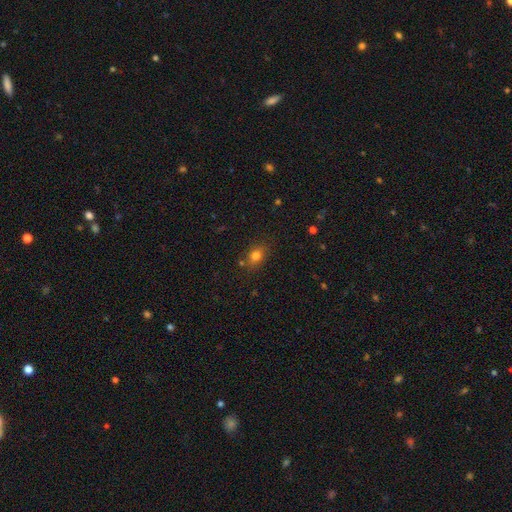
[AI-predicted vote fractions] smooth-or-featured: smooth: 78% | star or artifact: 13% | featured or disk: 8%
  how-rounded: in between: 57% | round: 42% | cigar-shaped: 2%
  merging: none: 77% | minor disturbance: 14% | merger: 5% | major disturbance: 4%